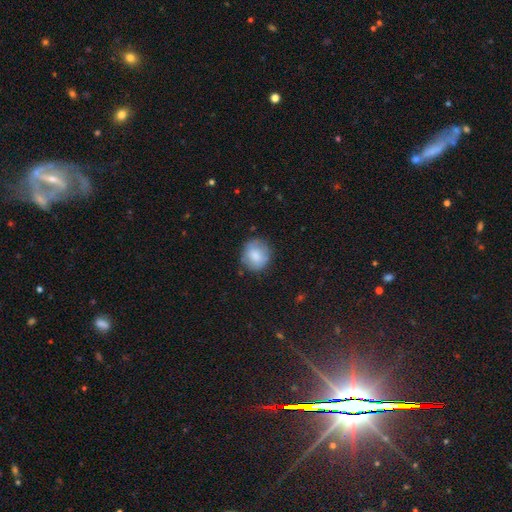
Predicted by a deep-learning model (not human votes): Morphology: type=smooth (77%); roundness=round (81%); merging=none (76%).